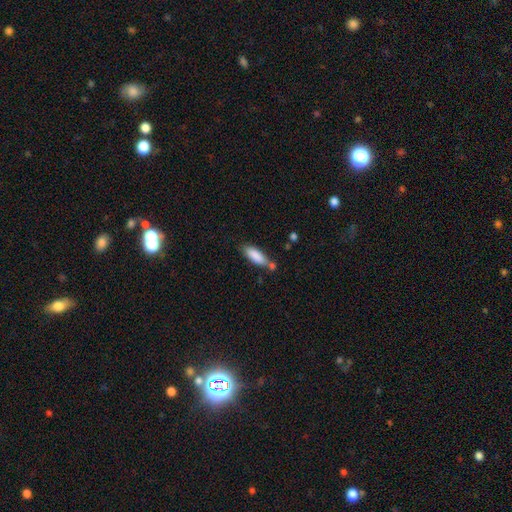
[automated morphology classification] A smooth galaxy with no disk features (86%) that is in between round and cigar-shaped (63%).

Vote fractions:
- Smooth or featured? smooth: 86% / featured or disk: 8% / star or artifact: 7%
- How rounded? in between: 63% / cigar-shaped: 35% / round: 2%
- Merging? none: 58% / minor disturbance: 19% / merger: 18% / major disturbance: 5%